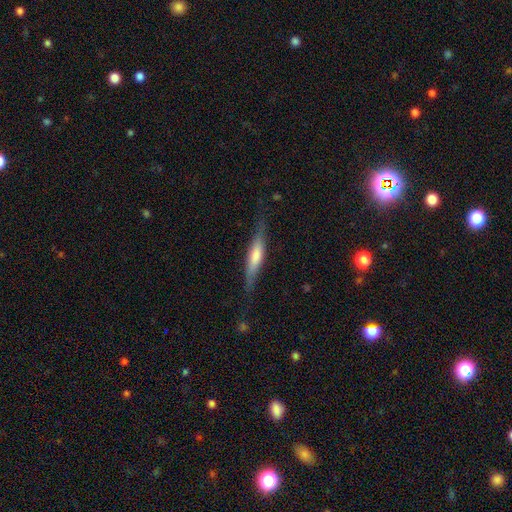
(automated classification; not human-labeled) The model was most divided on "smooth or featured": featured or disk: 56%, smooth: 38%, star or artifact: 7%. More confident: edge-on disk — yes (92%); merging — none (78%); edge-on bulge — rounded (54%).